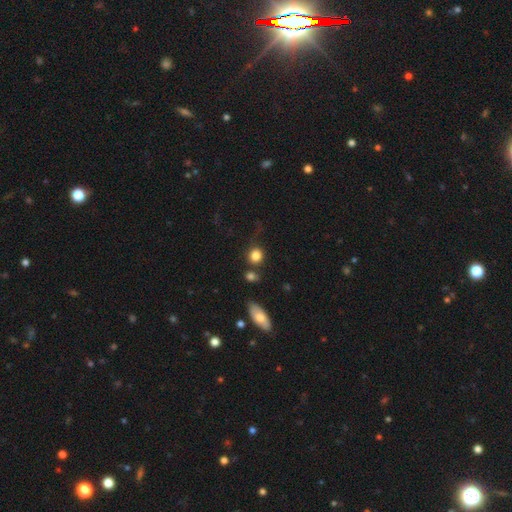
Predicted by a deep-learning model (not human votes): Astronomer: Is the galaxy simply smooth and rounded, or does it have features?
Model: smooth — 84%.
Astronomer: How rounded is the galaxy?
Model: round — 83%.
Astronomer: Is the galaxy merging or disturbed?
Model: none — 69%.